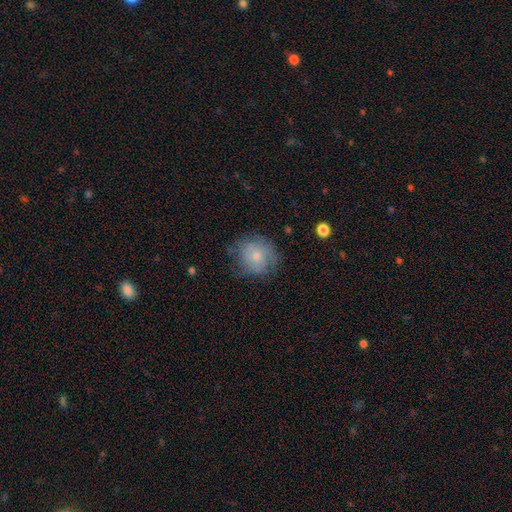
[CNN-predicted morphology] This is possibly a smooth galaxy (56%). How rounded: clearly round (84%). Merging: likely none (63%).